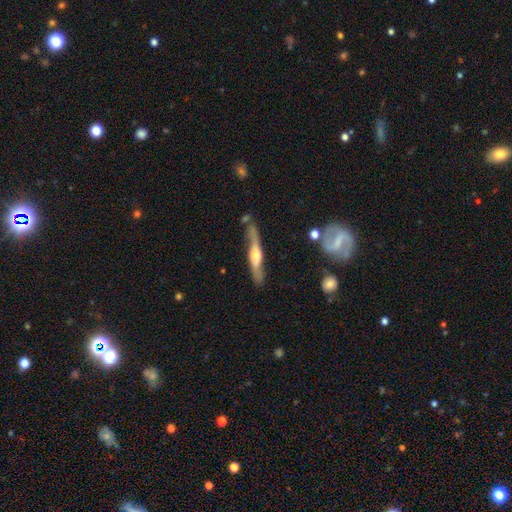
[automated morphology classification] This appears to be a featured or disk galaxy (64%) viewed edge-on (86%) with a rounded central bulge (82%). Merging: none (72%).